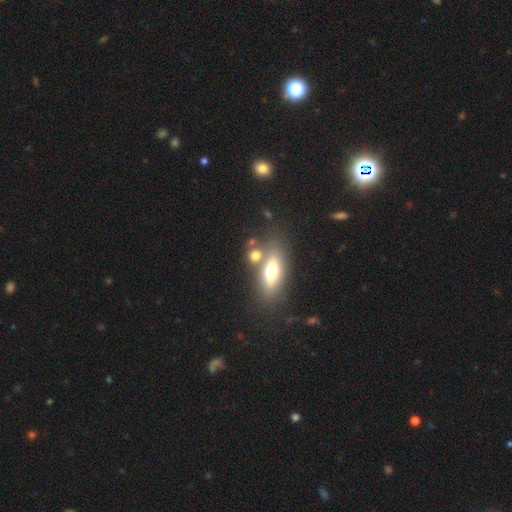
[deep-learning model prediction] Q: Smooth or featured?
A: smooth (60%); runner-up: featured or disk (28%)
Q: How rounded?
A: in between (53%); runner-up: round (28%)
Q: Merging?
A: none (61%); runner-up: merger (22%)